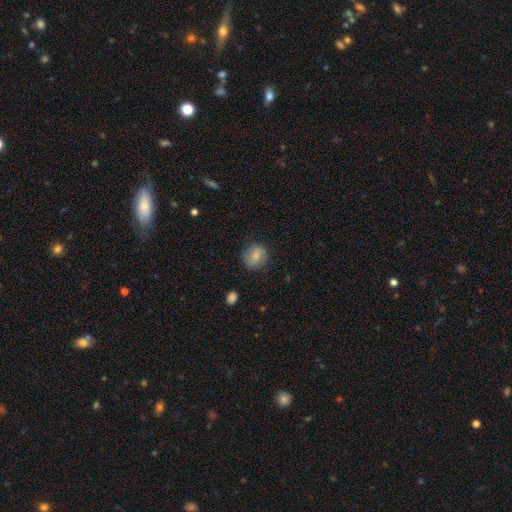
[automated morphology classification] A smooth galaxy with no disk features (76%) that is round (73%).

Vote fractions:
- Smooth or featured? smooth: 76% / featured or disk: 16% / star or artifact: 8%
- How rounded? round: 73% / in between: 26% / cigar-shaped: 1%
- Merging? none: 80% / minor disturbance: 15% / major disturbance: 4% / merger: 1%